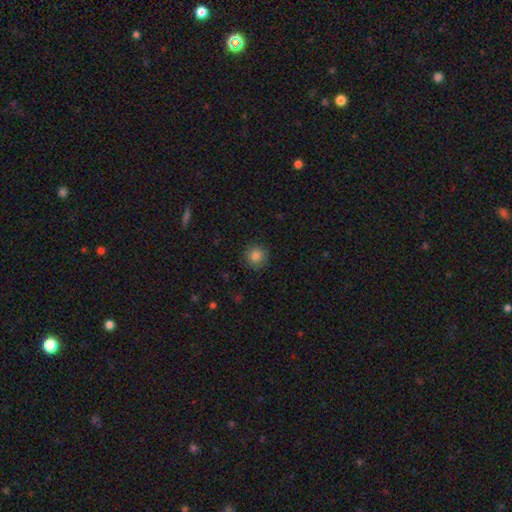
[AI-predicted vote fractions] Smooth or featured: smooth — 84% (star or artifact — 11%)
How rounded: round — 94% (in between — 5%)
Merging: none — 89% (minor disturbance — 8%)